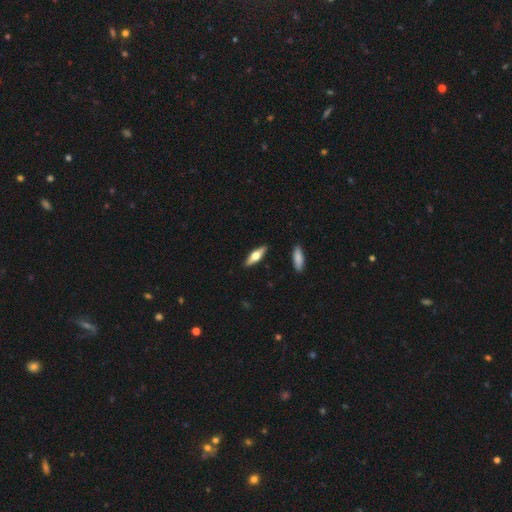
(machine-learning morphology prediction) featured or disk 50%, smooth 44%, star or artifact 6%. Down the decision tree: edge-on disk — yes (91%); merging — none (88%).